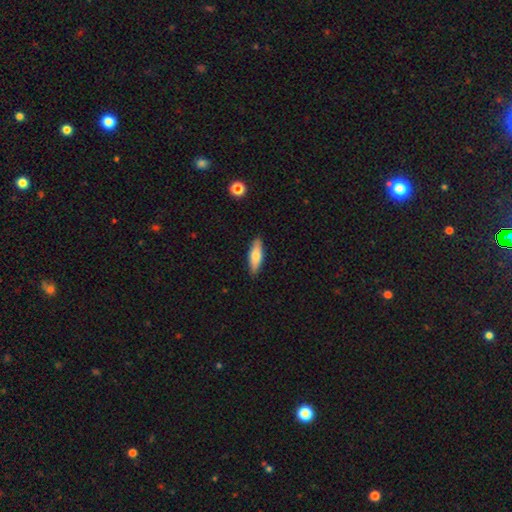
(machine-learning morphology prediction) Smooth or featured: smooth — 71% (featured or disk — 23%)
How rounded: in between — 53% (cigar-shaped — 45%)
Merging: none — 88% (minor disturbance — 9%)